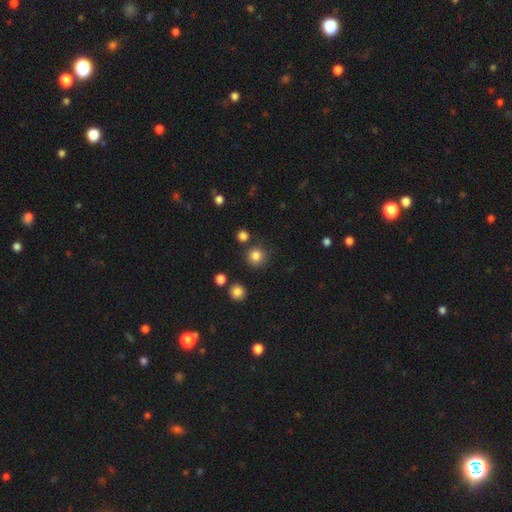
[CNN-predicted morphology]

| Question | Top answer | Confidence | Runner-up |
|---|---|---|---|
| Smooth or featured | smooth | 83% | star or artifact (13%) |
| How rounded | round | 93% | in between (6%) |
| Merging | none | 83% | minor disturbance (8%) |